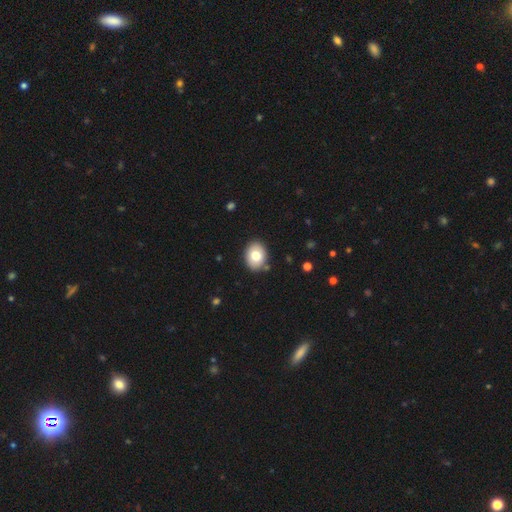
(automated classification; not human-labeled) Smooth or featured: smooth — 78% (featured or disk — 14%)
How rounded: in between — 63% (round — 36%)
Merging: none — 87% (minor disturbance — 9%)